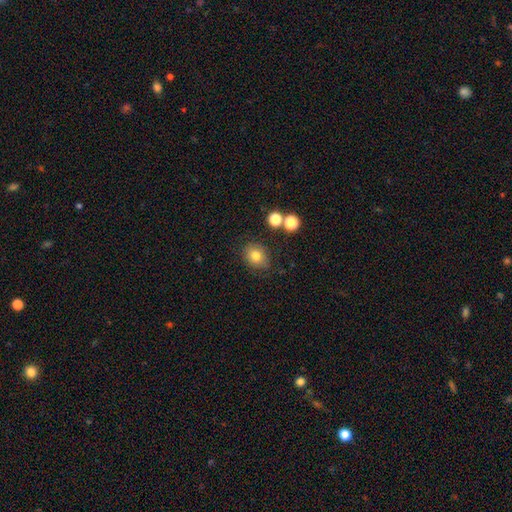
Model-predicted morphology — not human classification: Smooth or featured? smooth (78%)
How rounded? round (64%)
Merging? none (78%)